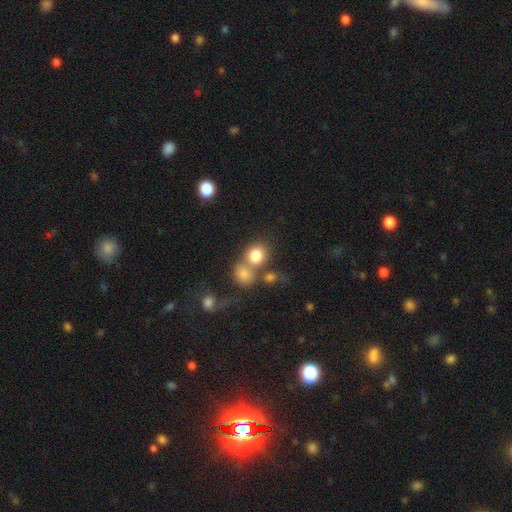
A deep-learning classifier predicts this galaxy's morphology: The model was most divided on "merging" (2-way tie): none: 42%, merger: 42%, minor disturbance: 10%, major disturbance: 6%. More confident: smooth or featured — smooth (79%); how rounded — round (71%).